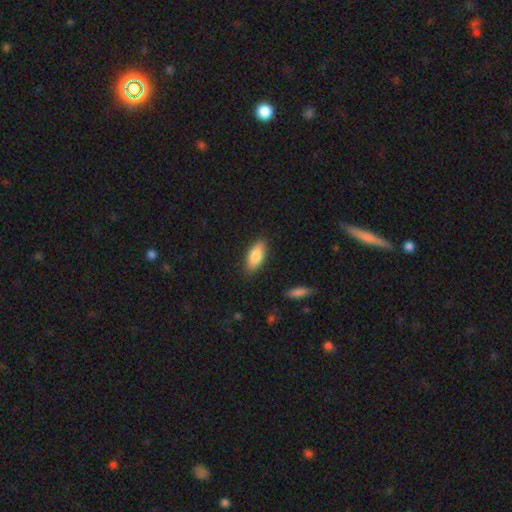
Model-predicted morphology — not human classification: smooth 80%, featured or disk 14%, star or artifact 6%. Down the decision tree: how rounded — in between (77%); merging — none (85%).